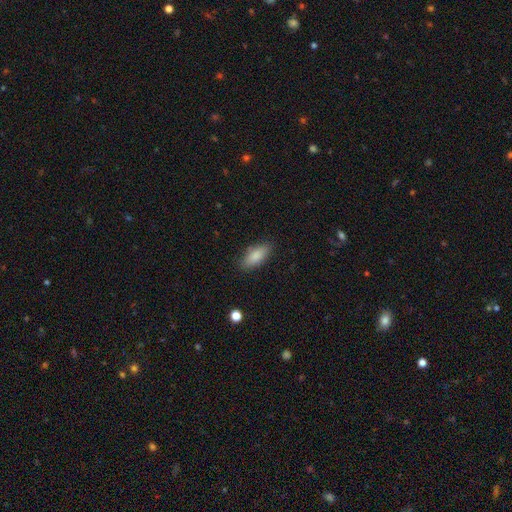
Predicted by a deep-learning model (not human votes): Overall: smooth (86%). How rounded: in between (81%). Merging: none (84%).